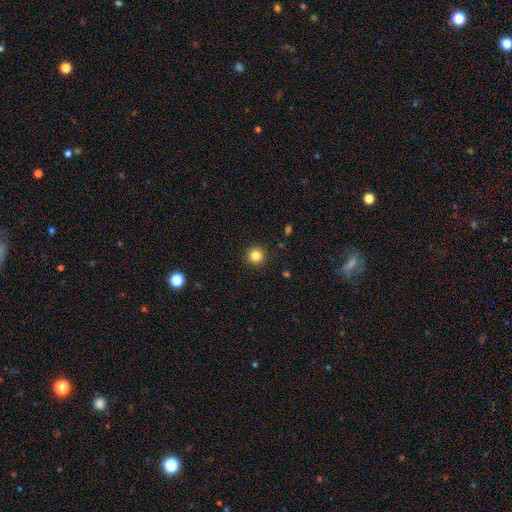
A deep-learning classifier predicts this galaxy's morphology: A smooth galaxy with no disk features (84%) that is round (95%). Merging: none (92%).